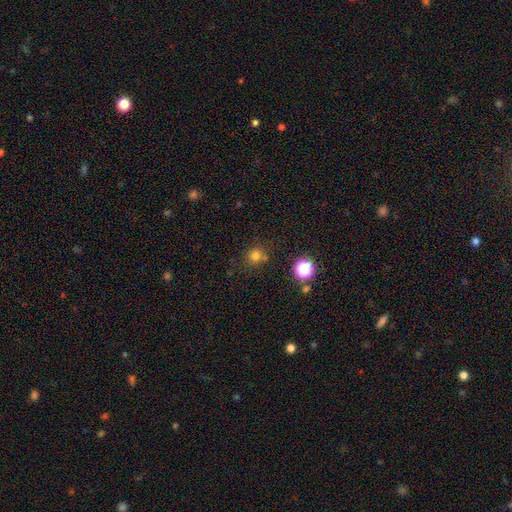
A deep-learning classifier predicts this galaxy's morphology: Overall: smooth (74%). How rounded: round (90%). Merging: none (74%).